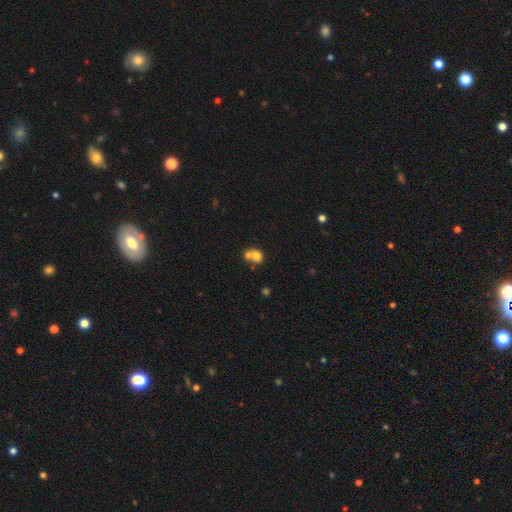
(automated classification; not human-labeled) Morphology: type=smooth (72%); roundness=round (64%); merging=merger (61%).